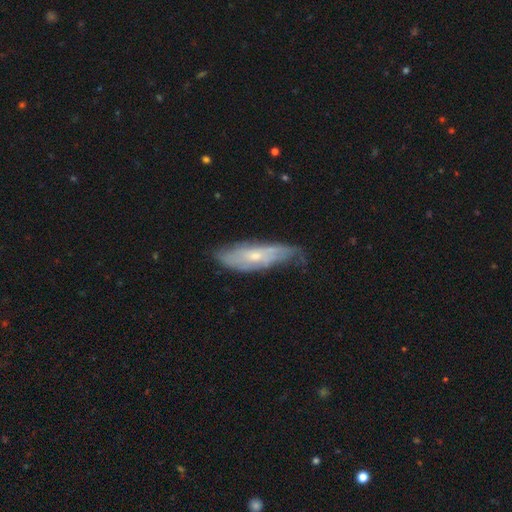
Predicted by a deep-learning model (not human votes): Smooth or featured?
  - featured or disk: 59% *
  - smooth: 34%
  - star or artifact: 7%
Edge-on disk?
  - no: 72% *
  - yes: 28%
Merging?
  - none: 50% *
  - minor disturbance: 35%
  - major disturbance: 13%
  - merger: 2%